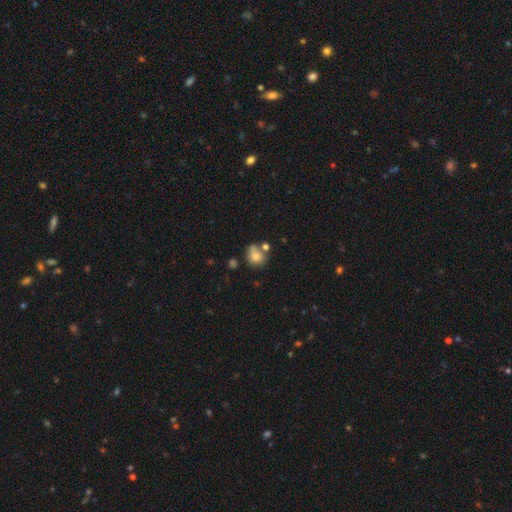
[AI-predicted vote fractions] smooth 75%, featured or disk 15%, star or artifact 10%. Down the decision tree: how rounded — round (70%); merging — none (40%).